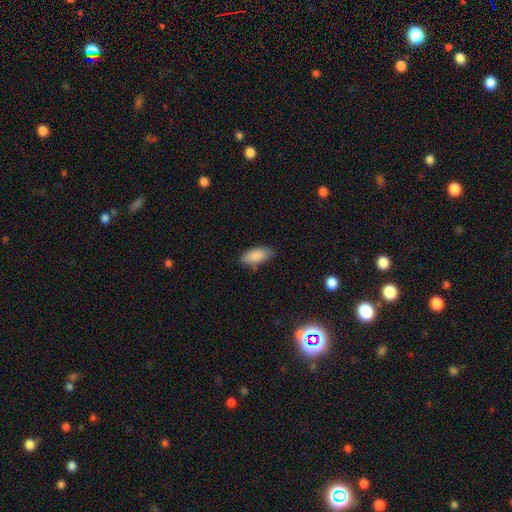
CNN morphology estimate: A smooth galaxy with no disk features (88%) that is in between round and cigar-shaped (88%).

Vote fractions:
- Smooth or featured? smooth: 88% / star or artifact: 6% / featured or disk: 6%
- How rounded? in between: 88% / cigar-shaped: 10% / round: 2%
- Merging? none: 78% / minor disturbance: 17% / major disturbance: 3% / merger: 2%